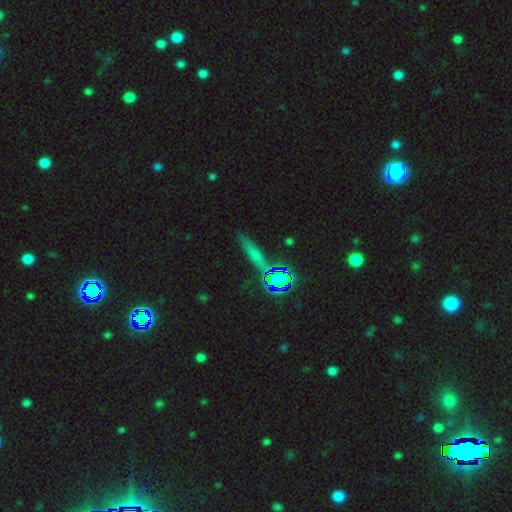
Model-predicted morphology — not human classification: smooth 48%, star or artifact 27%, featured or disk 25%. Down the decision tree: merging — none (78%).